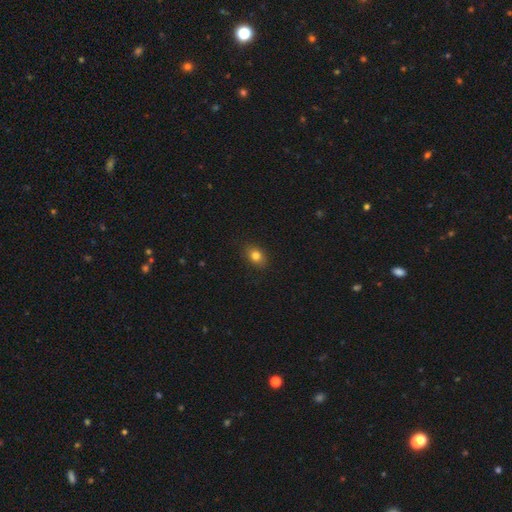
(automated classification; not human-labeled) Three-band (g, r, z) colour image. It shows a smooth galaxy with no disk features (81%) that is in between round and cigar-shaped (64%). Merging: none (87%).